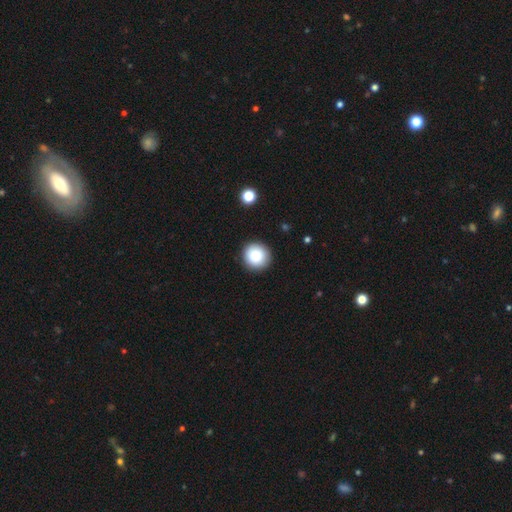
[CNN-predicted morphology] Smooth or featured?
  - smooth: 85% *
  - star or artifact: 9%
  - featured or disk: 6%
How rounded?
  - round: 94% *
  - in between: 5%
  - cigar-shaped: 1%
Merging?
  - none: 91% *
  - minor disturbance: 6%
  - major disturbance: 2%
  - merger: 1%